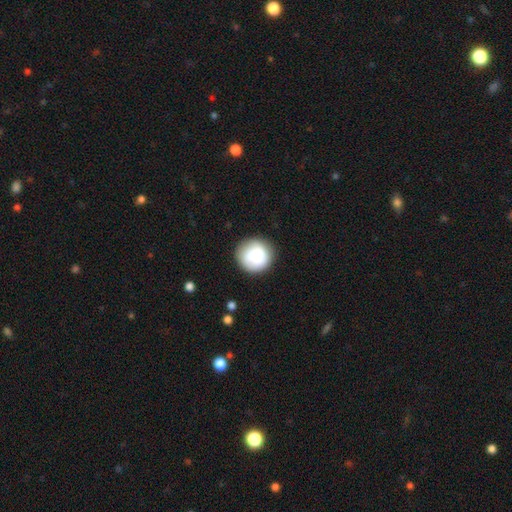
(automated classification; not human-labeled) Morphology: type=smooth (81%); roundness=round (94%); merging=none (84%).